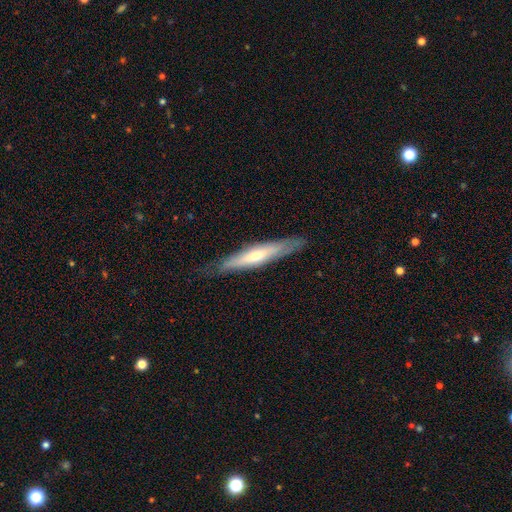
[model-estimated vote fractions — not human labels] smooth_or_featured: featured or disk (p=0.58) [alt: smooth p=0.36]
disk_edge_on: yes (p=0.82) [alt: no p=0.18]
merging: none (p=0.83) [alt: minor disturbance p=0.13]